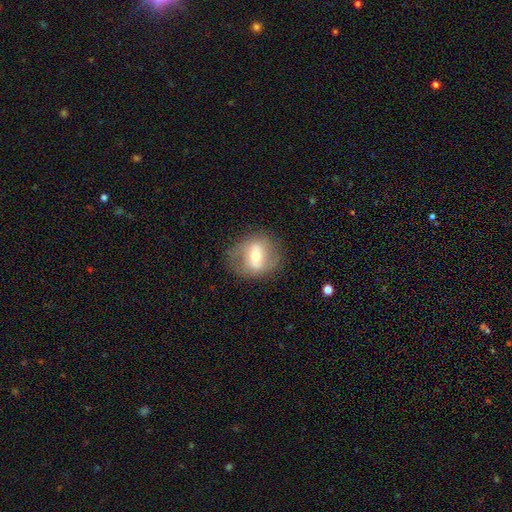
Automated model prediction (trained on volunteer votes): This is possibly a featured or disk galaxy (54%). It is clearly not viewed edge-on (92%). Bar: marginally weak (39%). Spiral arm pattern: possibly yes (52%). Central bulge: likely moderate (60%). Merging: likely none (76%).